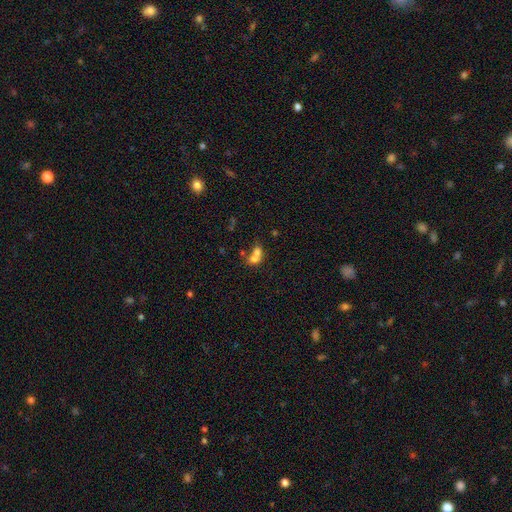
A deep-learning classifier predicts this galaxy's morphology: This appears to be a smooth galaxy with no disk features (68%) that is in between round and cigar-shaped (50%). Merging: merger (71%).